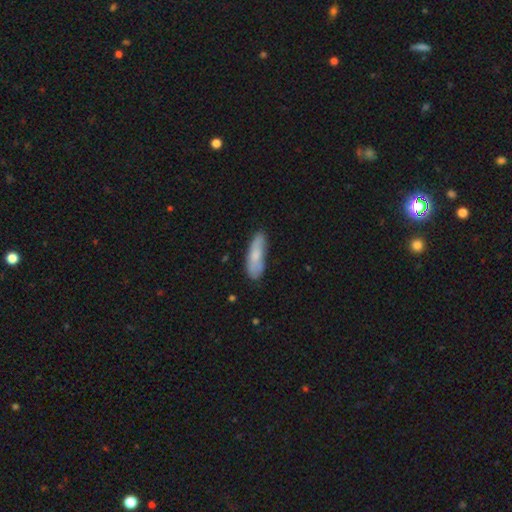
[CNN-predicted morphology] type=smooth (75%); roundness=cigar-shaped (56%); merging=none (73%).